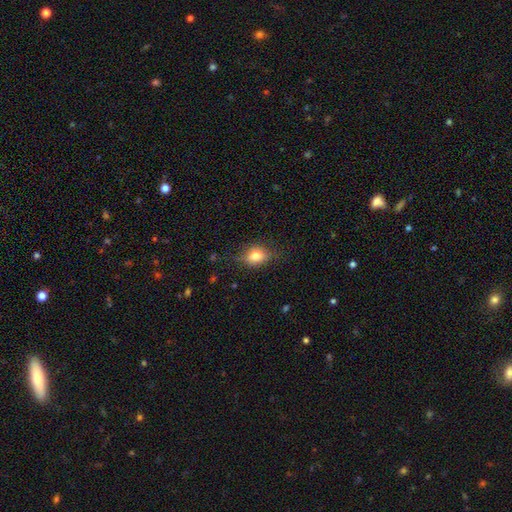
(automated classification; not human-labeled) A smooth galaxy with no disk features (73%) that is in between round and cigar-shaped (67%).

Vote fractions:
- Smooth or featured? smooth: 73% / featured or disk: 17% / star or artifact: 10%
- How rounded? in between: 67% / round: 30% / cigar-shaped: 3%
- Merging? none: 74% / minor disturbance: 19% / major disturbance: 5% / merger: 1%